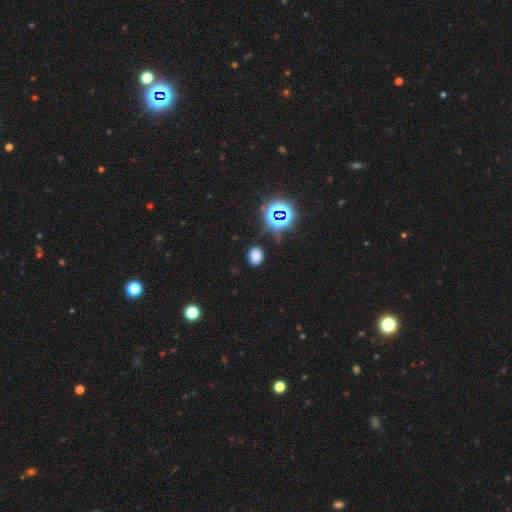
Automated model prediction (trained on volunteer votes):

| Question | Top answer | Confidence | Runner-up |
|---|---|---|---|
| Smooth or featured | smooth | 70% | star or artifact (24%) |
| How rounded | in between | 60% | round (39%) |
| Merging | none | 82% | minor disturbance (12%) |